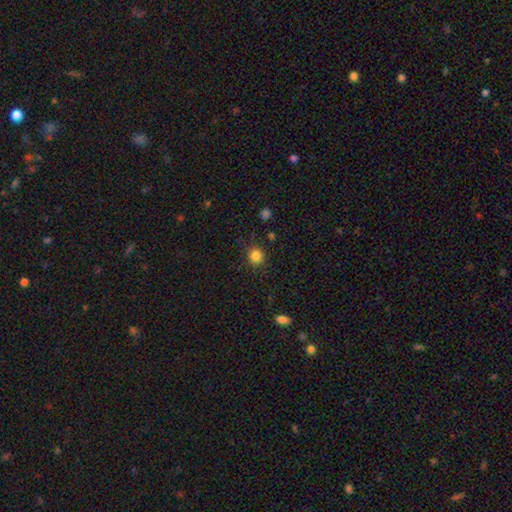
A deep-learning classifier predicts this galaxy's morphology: Q: Smooth or featured?
A: smooth (83%); runner-up: star or artifact (12%)
Q: How rounded?
A: round (87%); runner-up: in between (12%)
Q: Merging?
A: none (86%); runner-up: minor disturbance (9%)